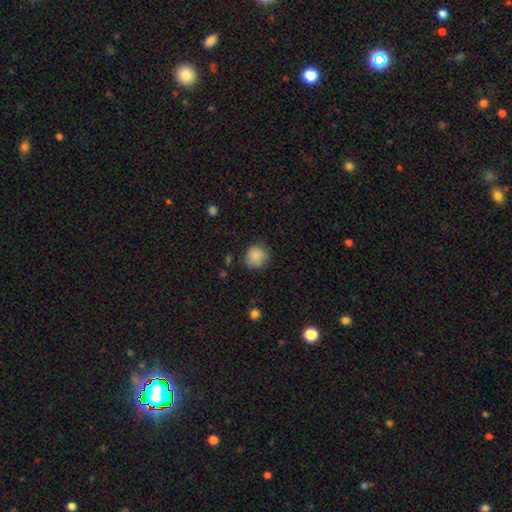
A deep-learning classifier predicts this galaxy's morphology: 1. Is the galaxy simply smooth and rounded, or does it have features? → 86% smooth, 8% star or artifact, 6% featured or disk.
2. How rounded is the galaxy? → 81% round, 18% in between, 1% cigar-shaped.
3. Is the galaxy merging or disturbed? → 77% none, 18% minor disturbance, 4% major disturbance, 1% merger.